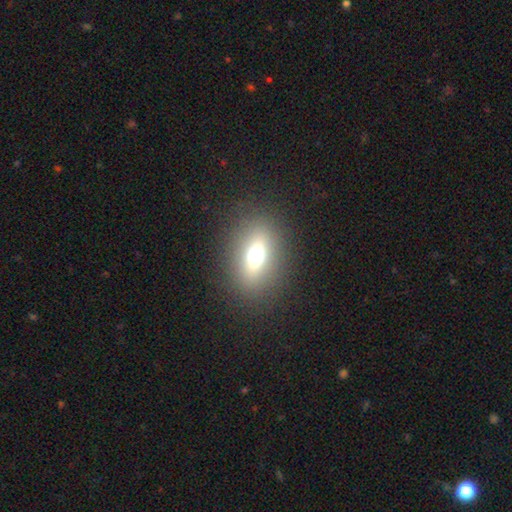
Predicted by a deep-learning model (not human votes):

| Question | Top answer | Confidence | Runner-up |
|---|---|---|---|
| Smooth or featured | smooth | 59% | featured or disk (21%) |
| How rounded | in between | 64% | round (31%) |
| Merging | none | 85% | minor disturbance (8%) |